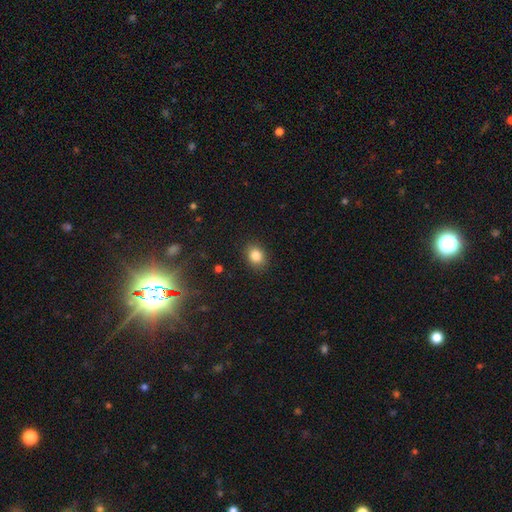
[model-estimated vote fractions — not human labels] smooth 84%, star or artifact 10%, featured or disk 6%. Down the decision tree: how rounded — round (51%); merging — none (88%).